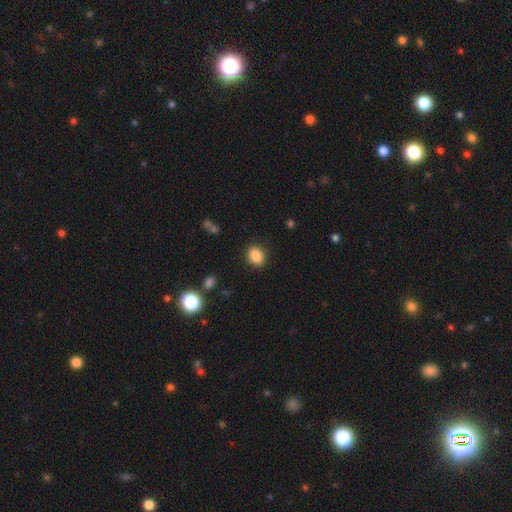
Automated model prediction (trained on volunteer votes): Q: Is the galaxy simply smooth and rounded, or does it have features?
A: smooth — 87%.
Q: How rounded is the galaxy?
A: in between — 59%.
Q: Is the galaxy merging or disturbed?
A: none — 87%.